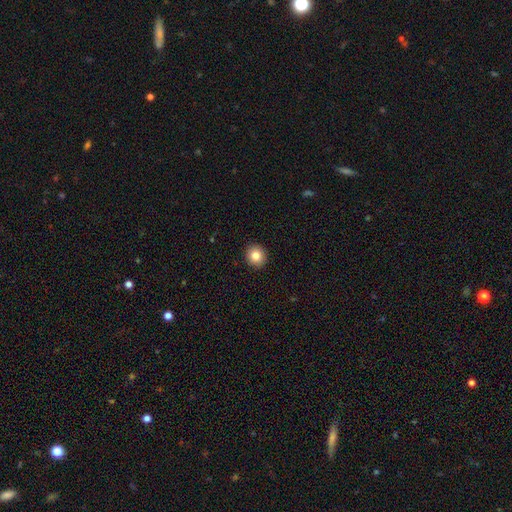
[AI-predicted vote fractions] Smooth or featured? Predicted: smooth (p=0.83). How rounded? Predicted: round (p=0.90). Merging? Predicted: none (p=0.93).